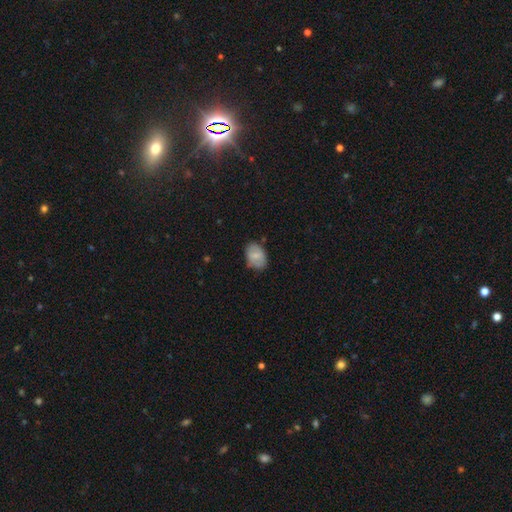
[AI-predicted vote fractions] smooth-or-featured: smooth: 71% | featured or disk: 22% | star or artifact: 7%
  how-rounded: in between: 82% | round: 17% | cigar-shaped: 1%
  merging: none: 72% | minor disturbance: 22% | major disturbance: 4% | merger: 2%